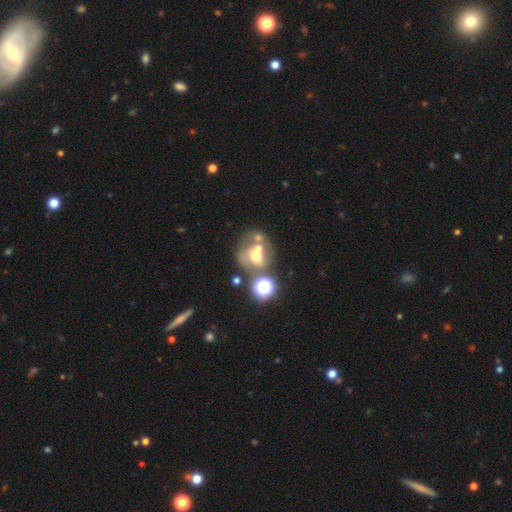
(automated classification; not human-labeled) Morphology: type=smooth (41%, tied with featured or disk); merging=merger (42%).